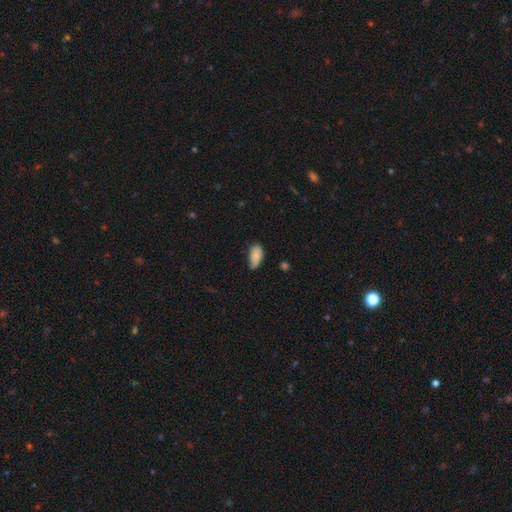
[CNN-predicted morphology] Smooth or featured?
  - smooth: 78% *
  - featured or disk: 15%
  - star or artifact: 7%
How rounded?
  - in between: 92% *
  - cigar-shaped: 4%
  - round: 4%
Merging?
  - none: 47% *
  - minor disturbance: 42%
  - major disturbance: 9%
  - merger: 2%